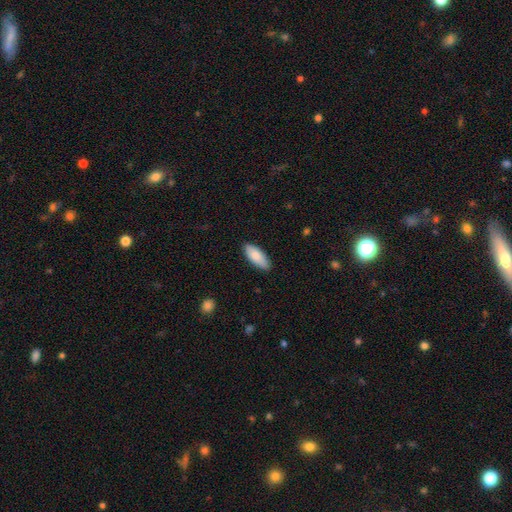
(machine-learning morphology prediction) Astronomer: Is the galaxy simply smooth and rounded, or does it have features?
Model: smooth — 85%.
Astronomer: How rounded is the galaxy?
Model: in between — 82%.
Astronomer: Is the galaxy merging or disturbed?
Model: none — 87%.